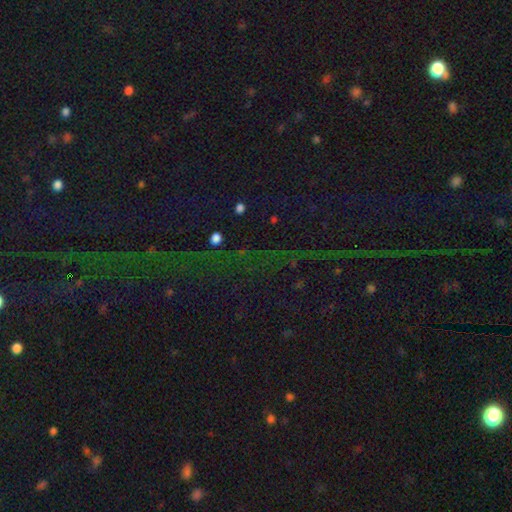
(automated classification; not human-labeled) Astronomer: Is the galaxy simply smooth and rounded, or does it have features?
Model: star or artifact — 80%.